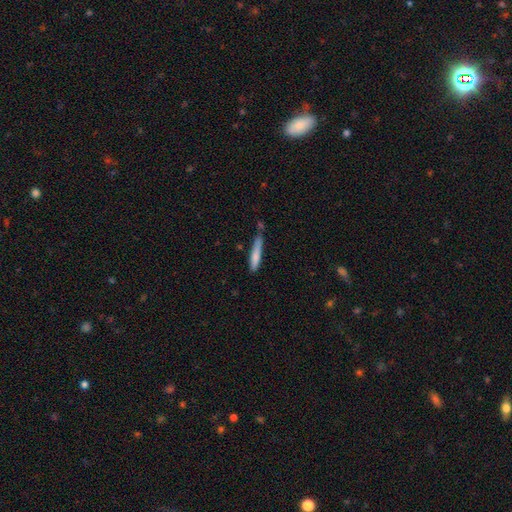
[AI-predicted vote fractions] Smooth or featured: smooth — 77% (featured or disk — 17%)
How rounded: cigar-shaped — 91% (in between — 7%)
Merging: none — 63% (minor disturbance — 25%)